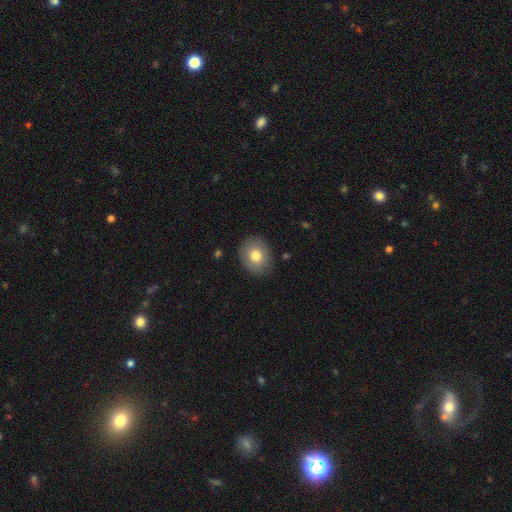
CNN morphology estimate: smooth_or_featured: smooth (p=0.77) [alt: featured or disk p=0.14]
how_rounded: round (p=0.54) [alt: in between p=0.45]
merging: none (p=0.86) [alt: minor disturbance p=0.10]